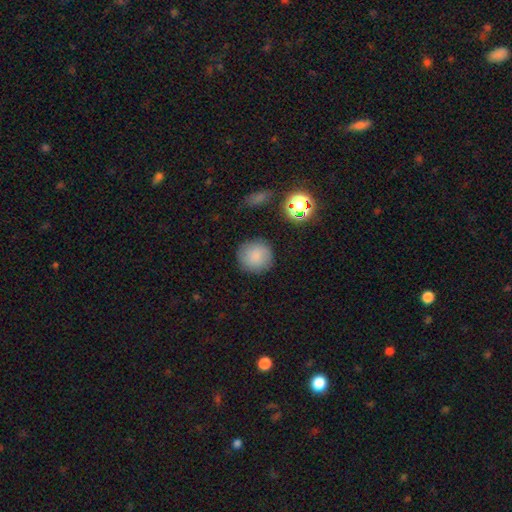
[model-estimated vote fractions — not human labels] Smooth or featured? Predicted: smooth (p=0.83). How rounded? Predicted: round (p=0.93). Merging? Predicted: none (p=0.86).